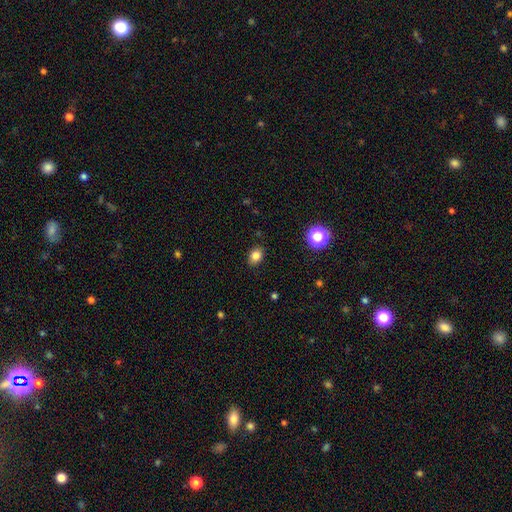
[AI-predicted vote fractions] Smooth or featured? smooth (82%)
How rounded? in between (64%)
Merging? none (87%)